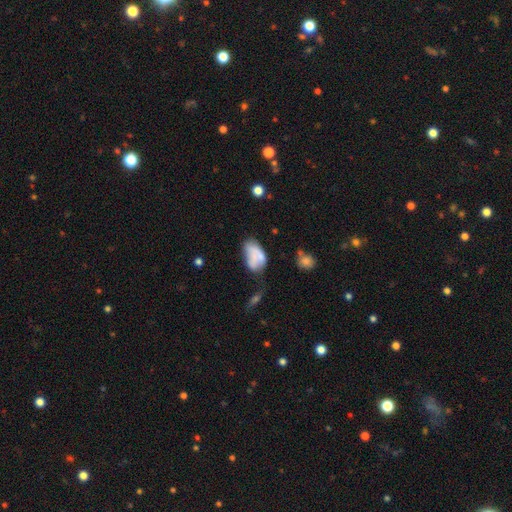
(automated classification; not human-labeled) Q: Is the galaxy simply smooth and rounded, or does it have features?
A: smooth — 67%.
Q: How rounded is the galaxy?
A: in between — 91%.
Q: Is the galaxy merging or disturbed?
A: none — 32%.